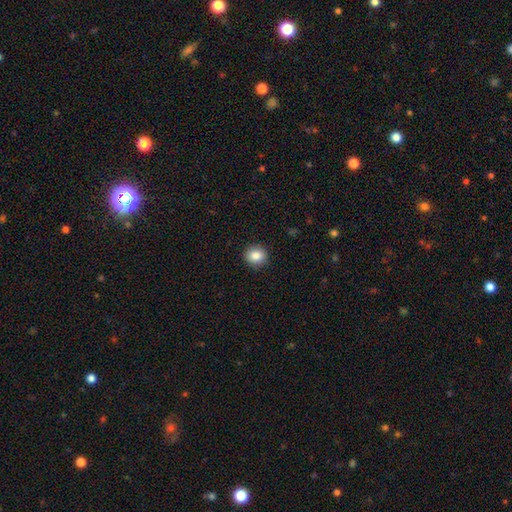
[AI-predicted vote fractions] Smooth or featured? smooth (86%)
How rounded? round (82%)
Merging? none (91%)